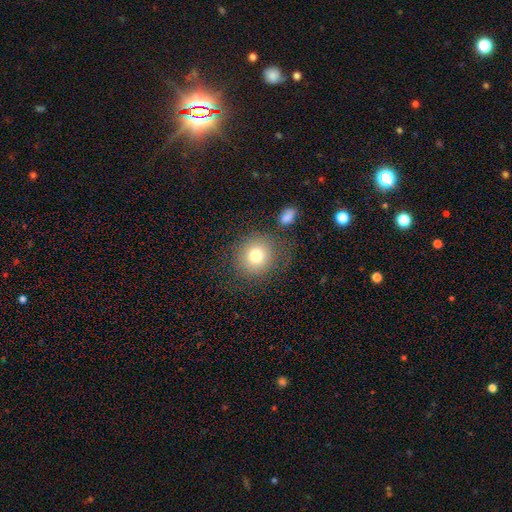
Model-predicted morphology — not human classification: Smooth or featured? smooth (77%)
How rounded? round (87%)
Merging? none (75%)